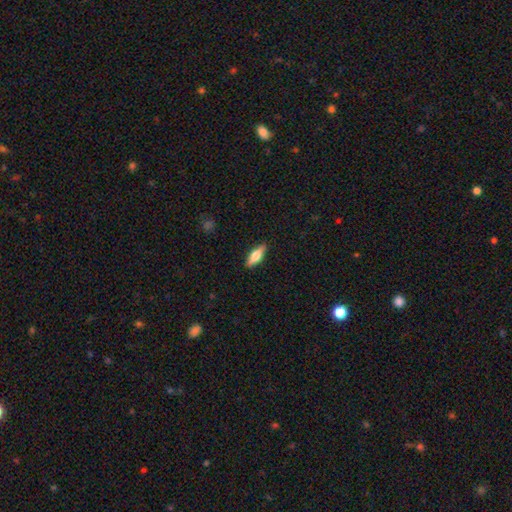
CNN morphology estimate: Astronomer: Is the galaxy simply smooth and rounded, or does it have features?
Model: smooth — 55% (runner-up: featured or disk, 39%).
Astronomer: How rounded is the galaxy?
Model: in between — 56% (runner-up: cigar-shaped, 41%).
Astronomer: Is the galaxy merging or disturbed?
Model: none — 89%.